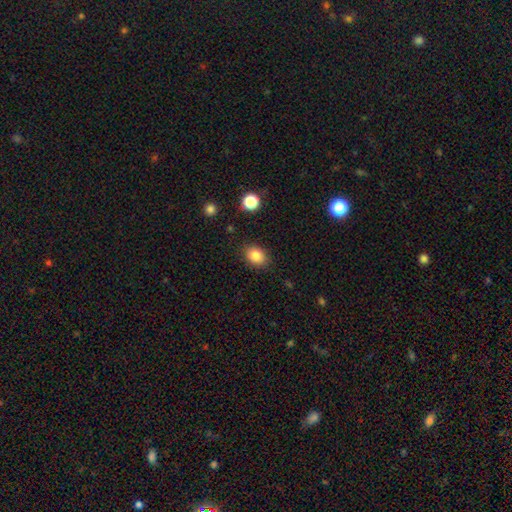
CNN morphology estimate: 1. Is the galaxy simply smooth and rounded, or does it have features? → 84% smooth, 10% star or artifact, 6% featured or disk.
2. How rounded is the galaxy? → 65% in between, 34% round, 1% cigar-shaped.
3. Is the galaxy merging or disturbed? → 86% none, 10% minor disturbance, 3% major disturbance, 1% merger.